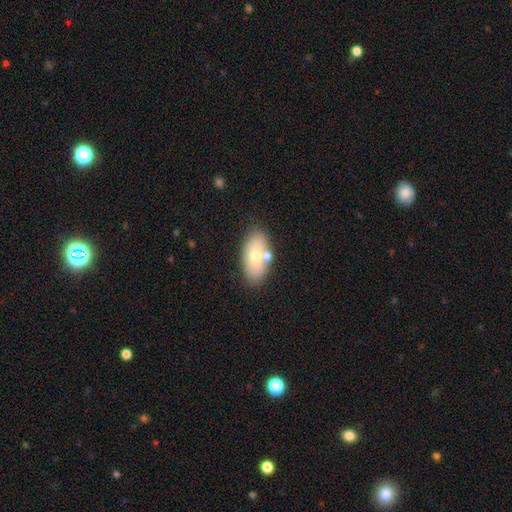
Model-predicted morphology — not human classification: smooth_or_featured: smooth (p=0.67) [alt: featured or disk p=0.26]
how_rounded: in between (p=0.91) [alt: round p=0.04]
merging: none (p=0.69) [alt: merger p=0.14]